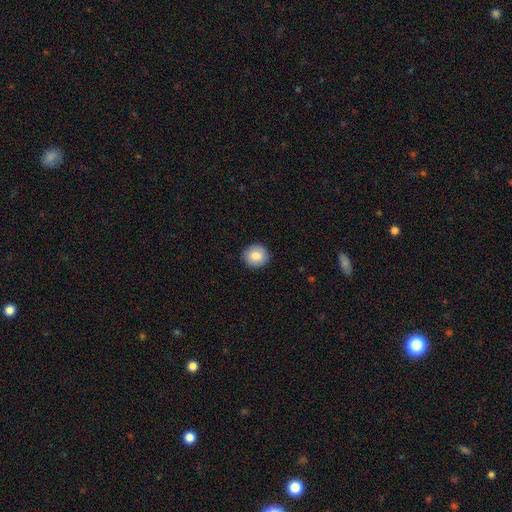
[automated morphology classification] A smooth galaxy with no disk features (81%) that is round (87%). Merging: none (90%).